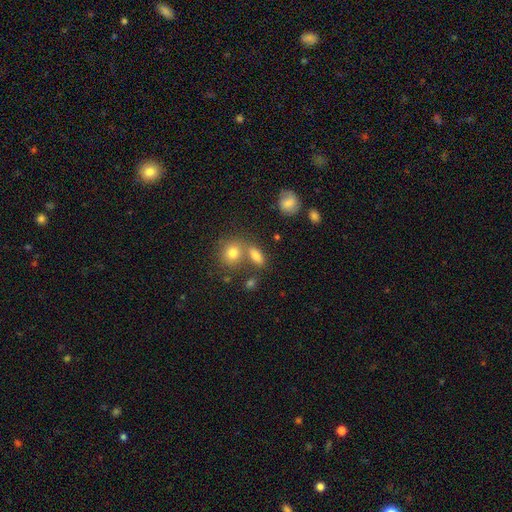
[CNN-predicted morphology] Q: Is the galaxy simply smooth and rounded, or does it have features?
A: smooth — 80%.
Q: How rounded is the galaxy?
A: in between — 73%.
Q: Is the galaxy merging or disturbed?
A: none — 57%.